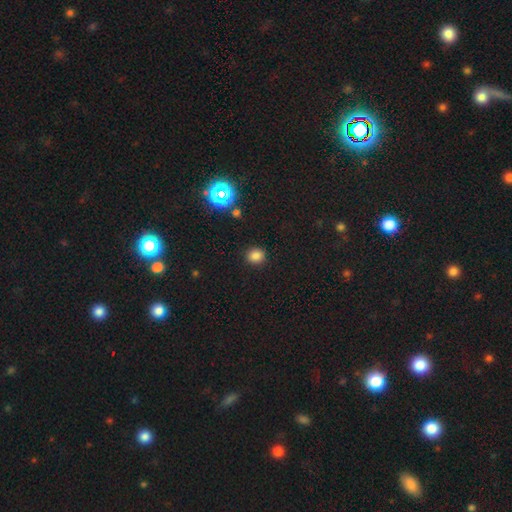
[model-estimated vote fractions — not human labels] A smooth galaxy with no disk features (78%) that is round (80%). Merging: none (89%).